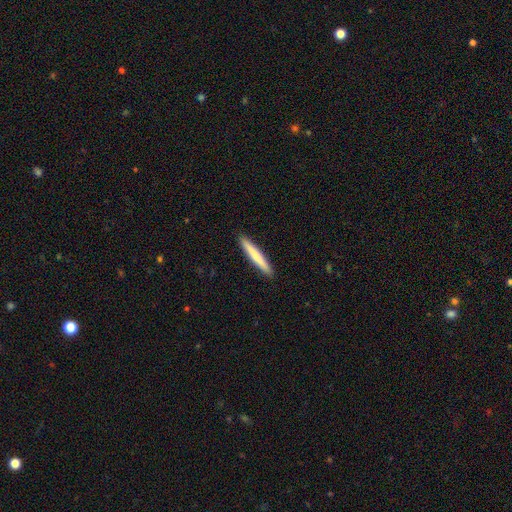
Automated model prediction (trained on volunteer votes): Overall: smooth (72%). How rounded: cigar-shaped (96%). Merging: none (93%).